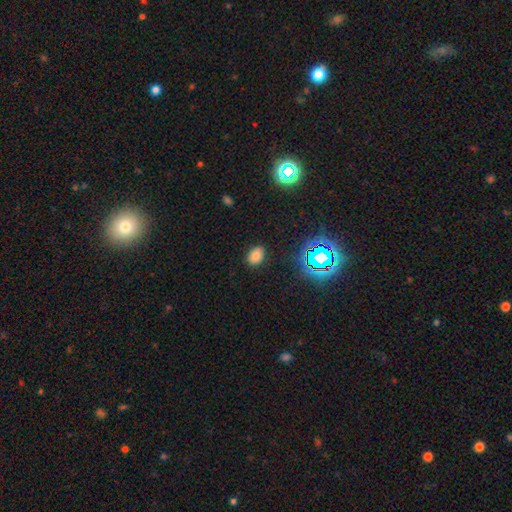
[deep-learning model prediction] A smooth galaxy with no disk features (71%) that is in between round and cigar-shaped (77%). Merging: none (86%).